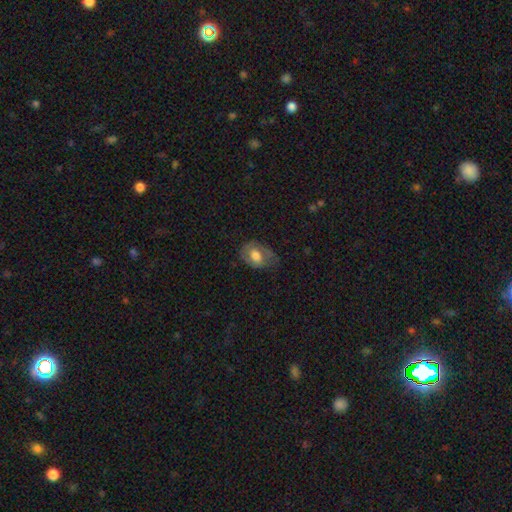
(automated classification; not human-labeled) Morphology: type=smooth (64%); roundness=in between (74%); merging=none (49%).